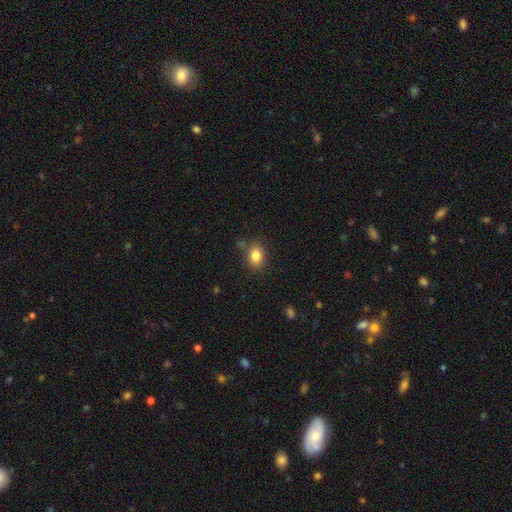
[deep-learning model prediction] Smooth or featured? Predicted: smooth (p=0.83). How rounded? Predicted: in between (p=0.64). Merging? Predicted: none (p=0.78).